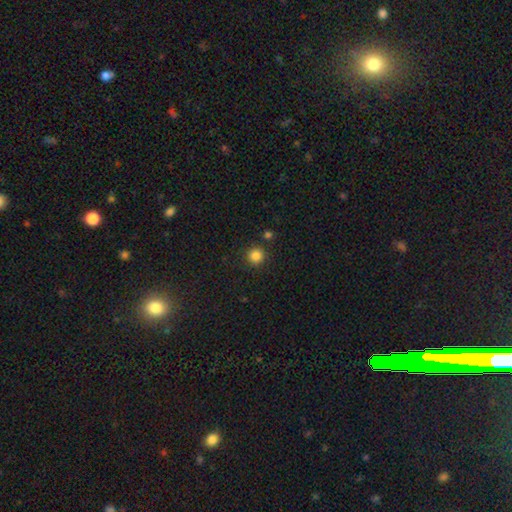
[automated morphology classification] Q: Smooth or featured?
A: smooth (84%); runner-up: star or artifact (12%)
Q: How rounded?
A: round (94%); runner-up: in between (5%)
Q: Merging?
A: none (87%); runner-up: minor disturbance (7%)